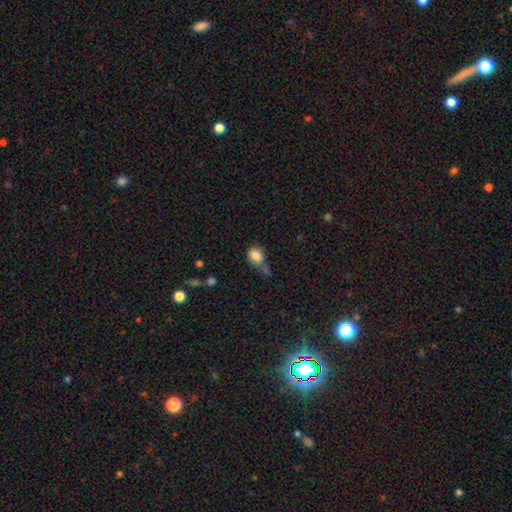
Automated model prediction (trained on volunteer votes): Smooth or featured? smooth (83%)
How rounded? in between (50%)
Merging? none (38%)